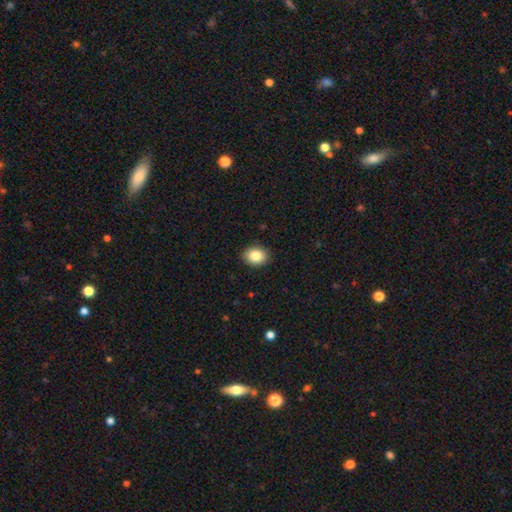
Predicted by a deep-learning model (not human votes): Smooth or featured? smooth (85%)
How rounded? in between (54%)
Merging? none (90%)